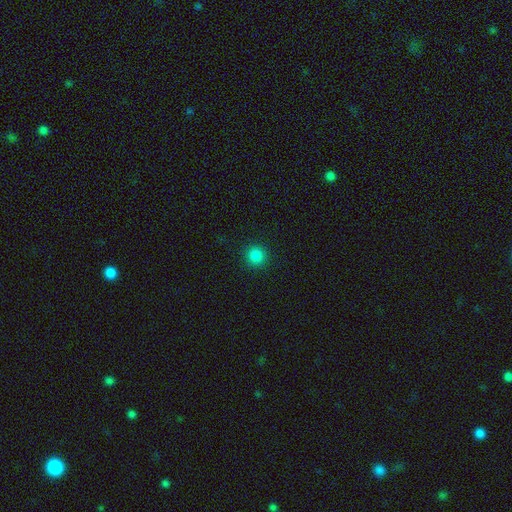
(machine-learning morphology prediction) Smooth or featured? Predicted: smooth (p=0.85). How rounded? Predicted: round (p=0.94). Merging? Predicted: none (p=0.92).